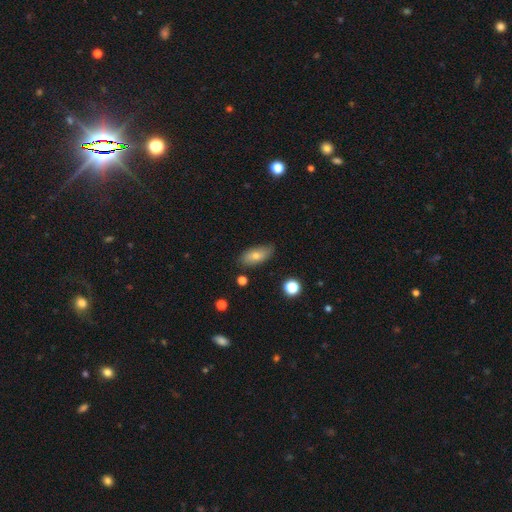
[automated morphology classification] smooth_or_featured: smooth (p=0.70) [alt: featured or disk p=0.21]
how_rounded: in between (p=0.83) [alt: cigar-shaped p=0.13]
merging: none (p=0.79) [alt: minor disturbance p=0.16]